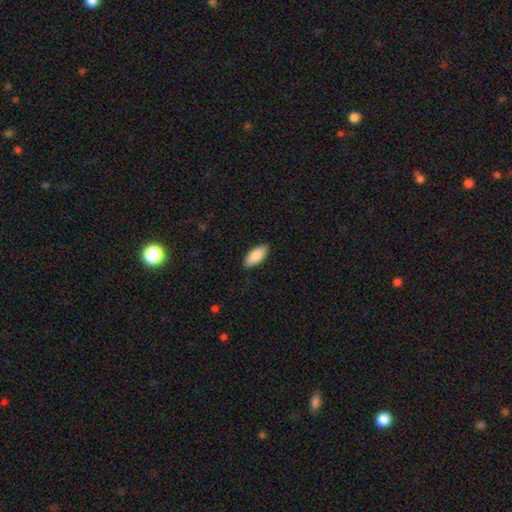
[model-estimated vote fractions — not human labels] This appears to be a smooth galaxy with no disk features (88%) that is in between round and cigar-shaped (85%). Merging: none (88%).